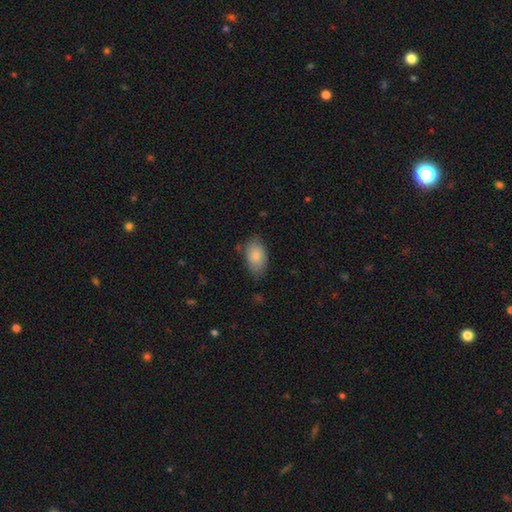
smooth-or-featured: smooth: 90% | featured or disk: 10% | star or artifact: 0%
  how-rounded: in between: 100% | round: 0% | cigar-shaped: 0%
  merging: none: 57% | minor disturbance: 32% | major disturbance: 8% | merger: 2%